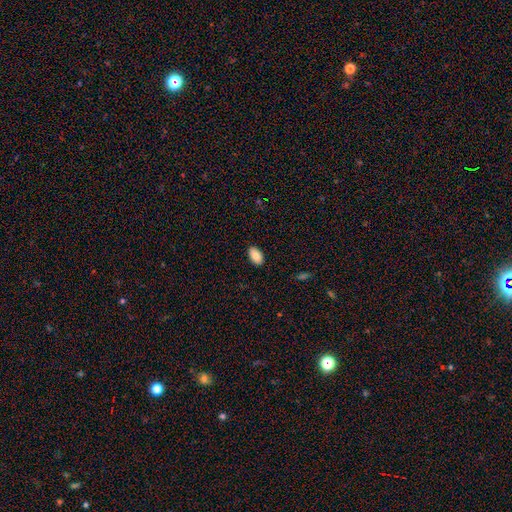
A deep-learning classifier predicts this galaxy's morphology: smooth_or_featured: smooth (p=0.86) [alt: star or artifact p=0.07]
how_rounded: in between (p=0.94) [alt: round p=0.04]
merging: none (p=0.88) [alt: minor disturbance p=0.09]